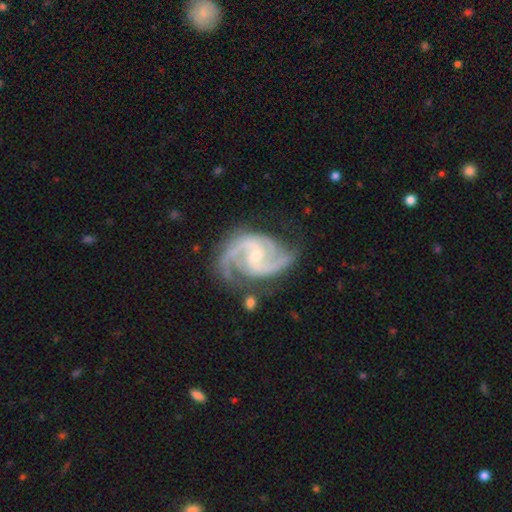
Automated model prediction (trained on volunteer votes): Smooth or featured? featured or disk (94%)
Edge-on disk? no (98%)
Bar? weak (46%)
Spiral arms? yes (99%)
Spiral winding? medium (55%)
Spiral arm count? 2 (66%)
Bulge size? small (56%)
Merging? none (70%)